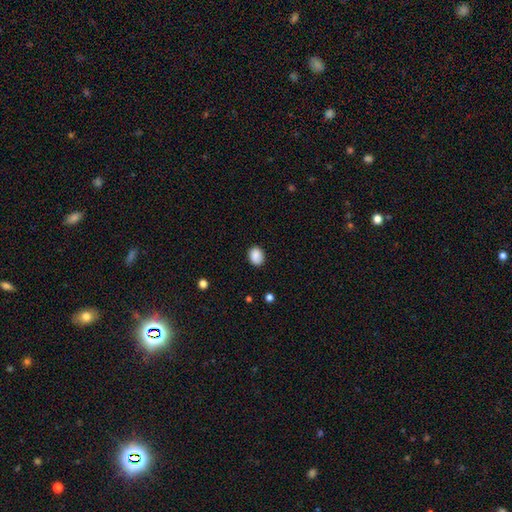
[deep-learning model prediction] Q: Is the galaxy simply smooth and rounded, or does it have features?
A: smooth — 88%.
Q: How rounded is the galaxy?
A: in between — 58%.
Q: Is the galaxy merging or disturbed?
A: none — 84%.